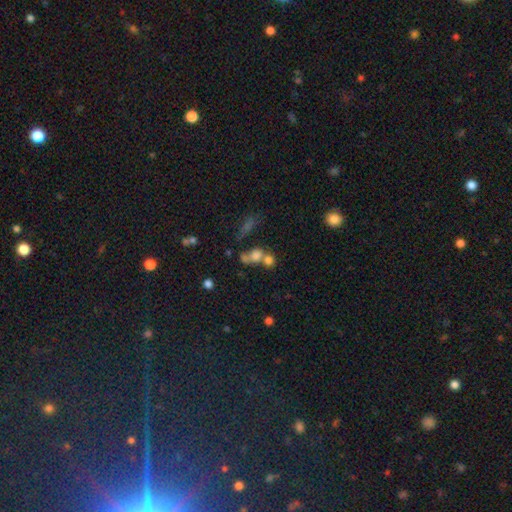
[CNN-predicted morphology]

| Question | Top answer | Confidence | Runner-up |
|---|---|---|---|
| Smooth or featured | smooth | 69% | featured or disk (16%) |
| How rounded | round | 59% | in between (37%) |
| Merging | merger | 54% | none (28%) |